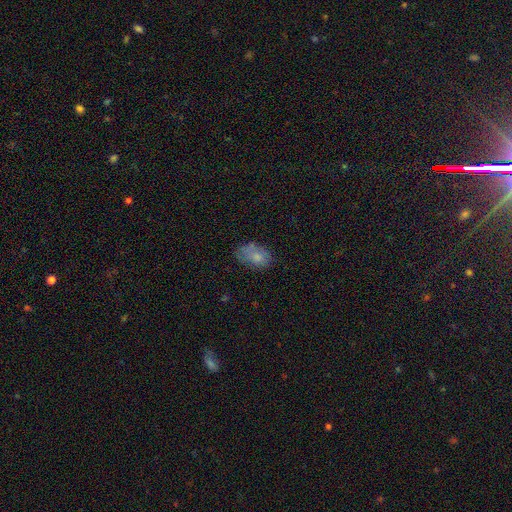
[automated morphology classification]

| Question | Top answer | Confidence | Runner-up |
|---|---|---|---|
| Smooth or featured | smooth | 74% | featured or disk (17%) |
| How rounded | in between | 87% | round (12%) |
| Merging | none | 55% | minor disturbance (29%) |